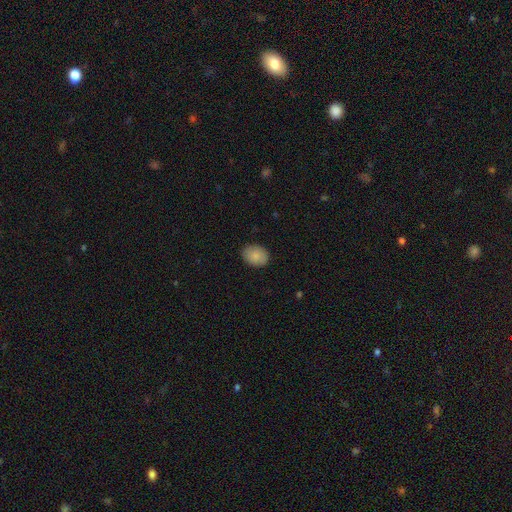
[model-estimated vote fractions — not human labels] Smooth or featured? Predicted: smooth (p=0.87). How rounded? Predicted: in between (p=0.65). Merging? Predicted: none (p=0.88).